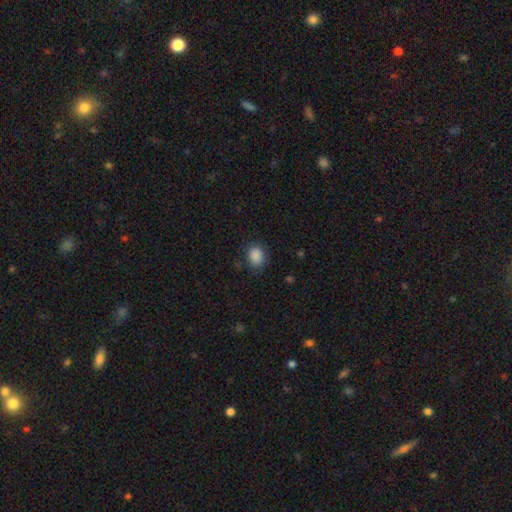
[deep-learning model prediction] Overall: smooth (87%). How rounded: in between (52%; round 47%). Merging: none (82%).